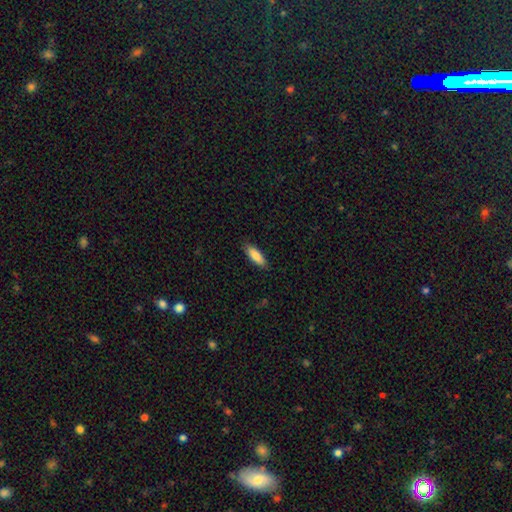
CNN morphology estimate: The model was most divided on "how rounded": in between: 56%, cigar-shaped: 43%, round: 2%. More confident: merging — none (86%); smooth or featured — smooth (86%).